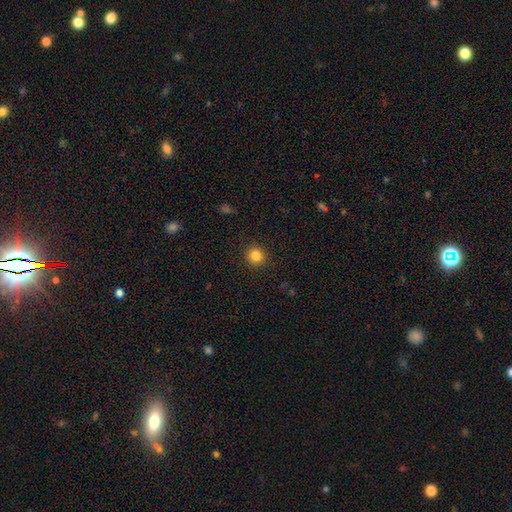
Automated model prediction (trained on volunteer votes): A smooth galaxy with no disk features (84%) that is round (93%). Merging: none (92%).